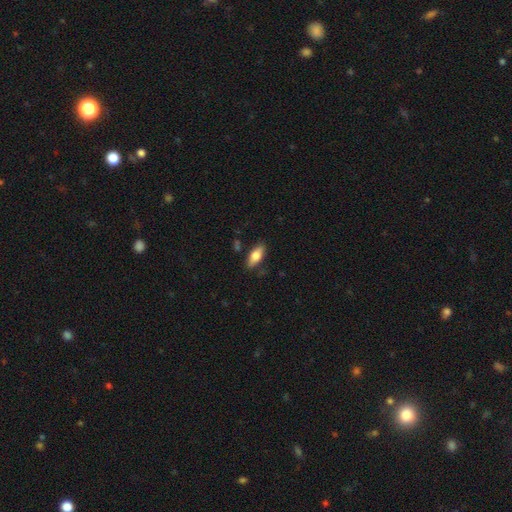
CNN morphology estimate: Smooth or featured? smooth (74%)
How rounded? in between (81%)
Merging? none (83%)